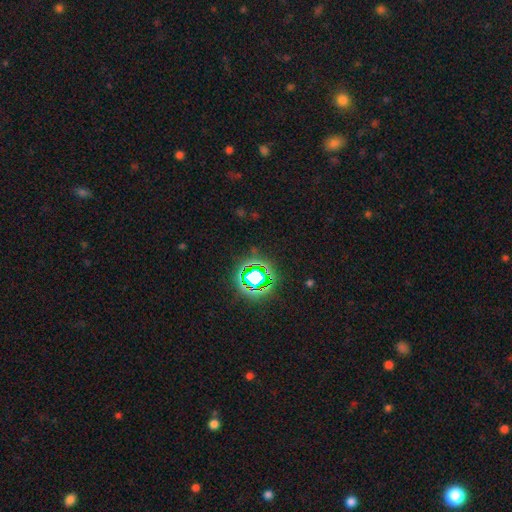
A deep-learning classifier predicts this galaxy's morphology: Overall: star or artifact (79%).